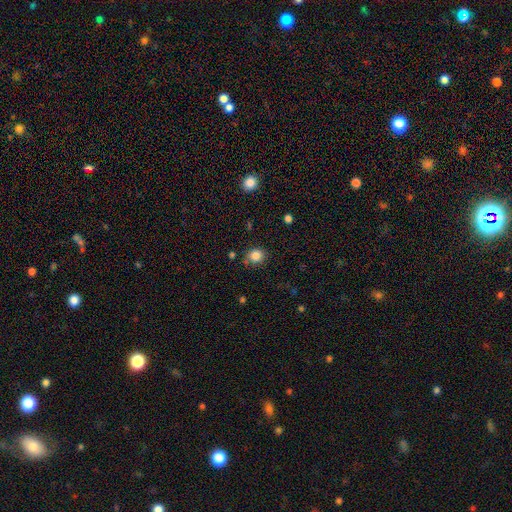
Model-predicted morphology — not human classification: This appears to be a smooth galaxy with no disk features (83%) that is round (79%). Merging: none (79%).